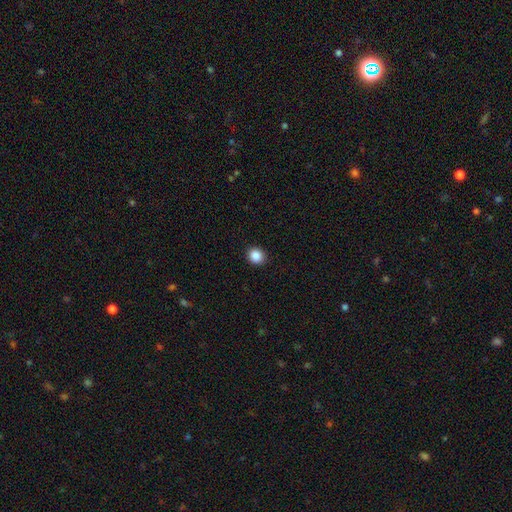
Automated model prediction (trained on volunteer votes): Q: Smooth or featured?
A: smooth (88%); runner-up: star or artifact (9%)
Q: How rounded?
A: round (79%); runner-up: in between (20%)
Q: Merging?
A: none (91%); runner-up: minor disturbance (6%)